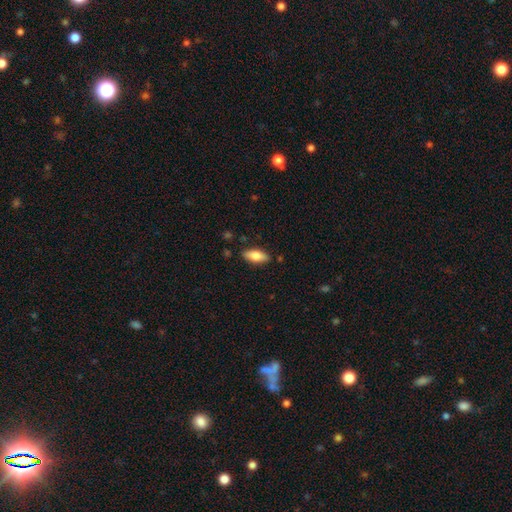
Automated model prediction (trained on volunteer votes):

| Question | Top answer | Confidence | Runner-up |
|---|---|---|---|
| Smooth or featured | smooth | 75% | featured or disk (19%) |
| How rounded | in between | 79% | cigar-shaped (18%) |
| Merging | none | 85% | minor disturbance (11%) |